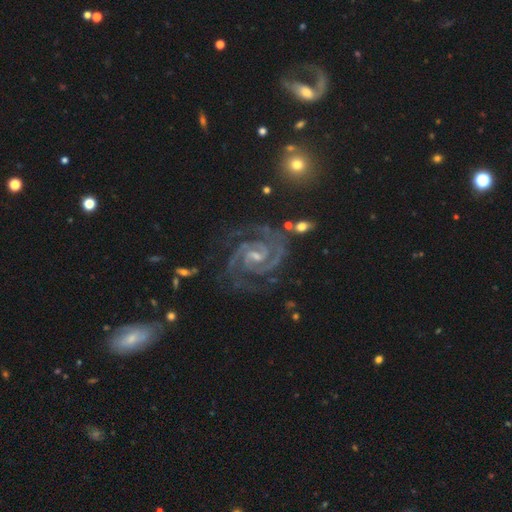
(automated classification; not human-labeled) Smooth or featured? Predicted: featured or disk (p=0.92). Edge-on disk? Predicted: no (p=0.98). Bar? Predicted: no (p=0.41). Spiral arms? Predicted: yes (p=0.99). Spiral winding? Predicted: tight (p=0.66). Spiral arm count? Predicted: 2 (p=0.71). Bulge size? Predicted: small (p=0.64). Merging? Predicted: none (p=0.74).